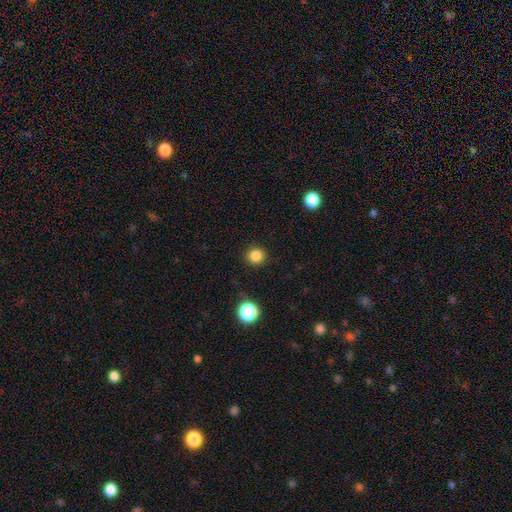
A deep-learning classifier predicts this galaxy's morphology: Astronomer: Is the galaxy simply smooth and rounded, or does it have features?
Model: smooth — 84%.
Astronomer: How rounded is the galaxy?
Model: round — 91%.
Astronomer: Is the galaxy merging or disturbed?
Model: none — 90%.